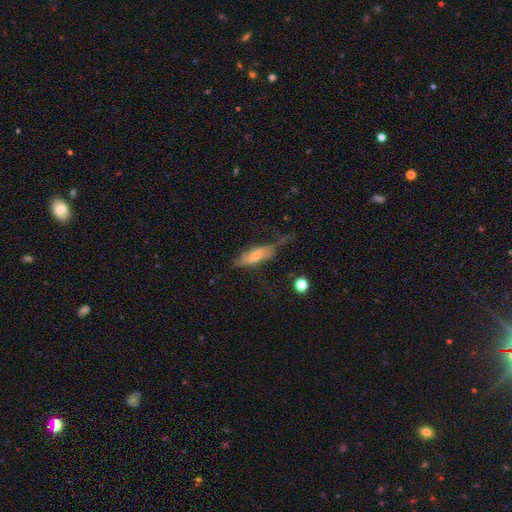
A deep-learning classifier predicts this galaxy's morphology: This appears to be a smooth galaxy with no disk features (54%) that is in between round and cigar-shaped (59%). Merging: none (33%).